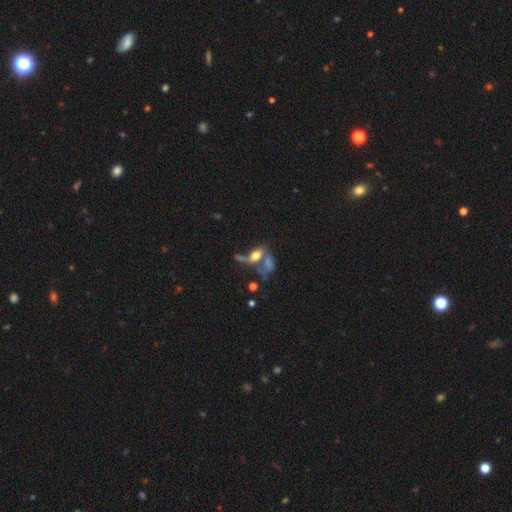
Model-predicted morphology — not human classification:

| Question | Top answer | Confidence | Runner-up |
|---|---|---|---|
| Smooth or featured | smooth | 46% | featured or disk (39%) |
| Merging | merger | 50% | major disturbance (21%) |